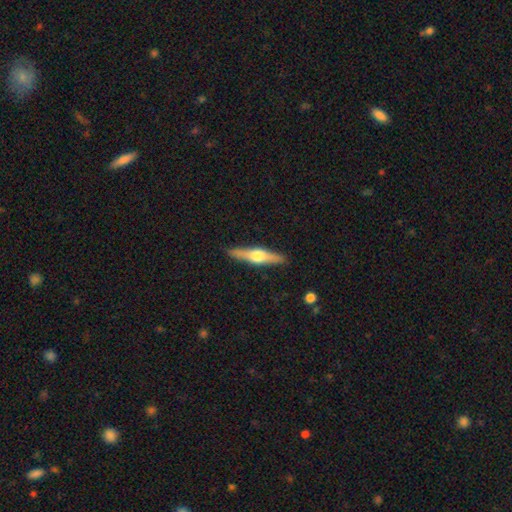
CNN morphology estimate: type=featured or disk (70%); edge-on=yes (97%); edge-on bulge=rounded (93%); merging=none (91%).